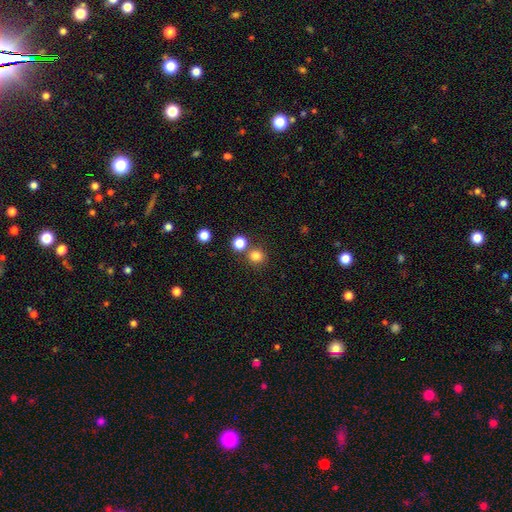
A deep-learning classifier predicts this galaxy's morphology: type=smooth (81%); roundness=round (89%); merging=none (74%).